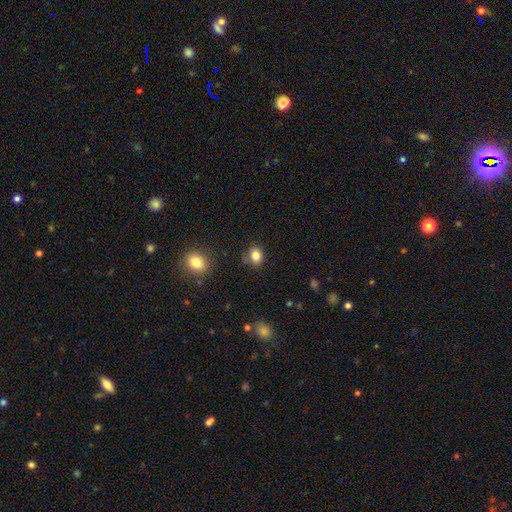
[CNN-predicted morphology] The model was most divided on "how rounded": round: 50%, in between: 49%, cigar-shaped: 1%. More confident: smooth or featured — smooth (83%); merging — none (77%).